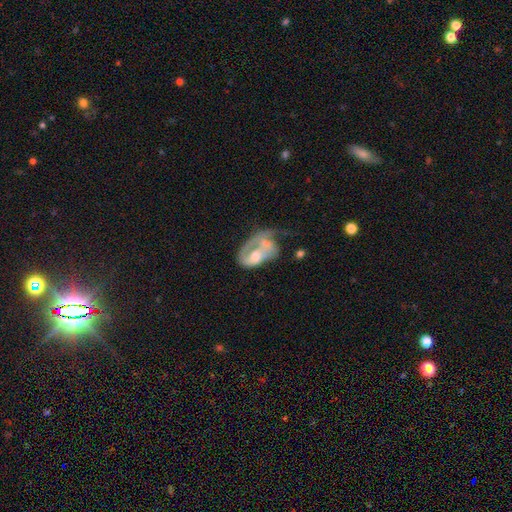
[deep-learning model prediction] smooth-or-featured: featured or disk: 63% | smooth: 30% | star or artifact: 8%
  disk-edge-on: no: 97% | yes: 3%
    bar: no: 72% | weak: 21% | strong: 6%
    has-spiral-arms: yes: 54% | no: 46%
    bulge-size: moderate: 41% | small: 25% | none: 20% | large: 12% | dominant: 2%
  merging: major disturbance: 42% | merger: 24% | none: 18% | minor disturbance: 15%